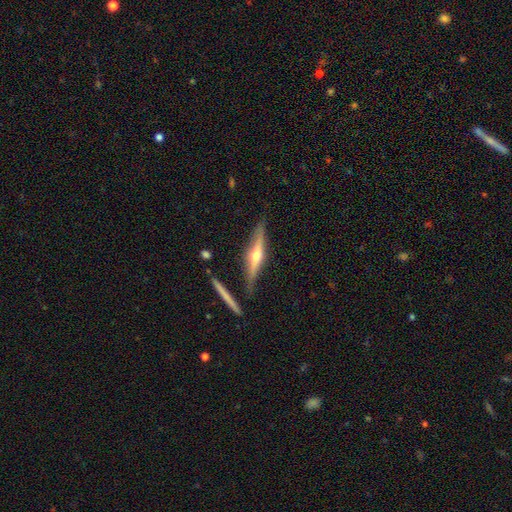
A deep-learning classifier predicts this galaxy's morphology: The model was most divided on "smooth or featured": featured or disk: 75%, smooth: 19%, star or artifact: 6%. More confident: edge-on disk — yes (97%); edge-on bulge — rounded (91%); merging — none (81%).